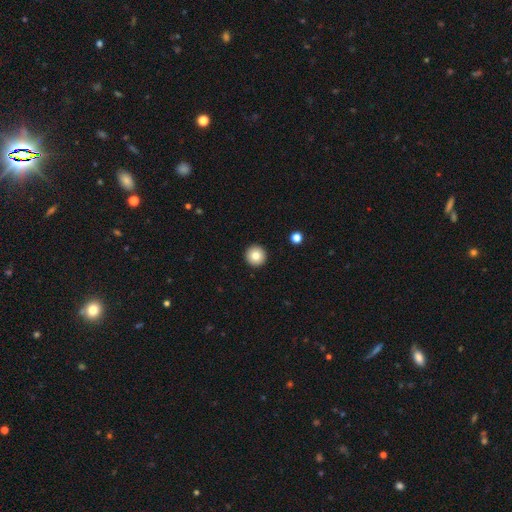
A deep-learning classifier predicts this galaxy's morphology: A smooth galaxy with no disk features (82%) that is round (96%).

Vote fractions:
- Smooth or featured? smooth: 82% / star or artifact: 9% / featured or disk: 9%
- How rounded? round: 96% / in between: 3% / cigar-shaped: 1%
- Merging? none: 94% / minor disturbance: 4% / major disturbance: 1% / merger: 1%